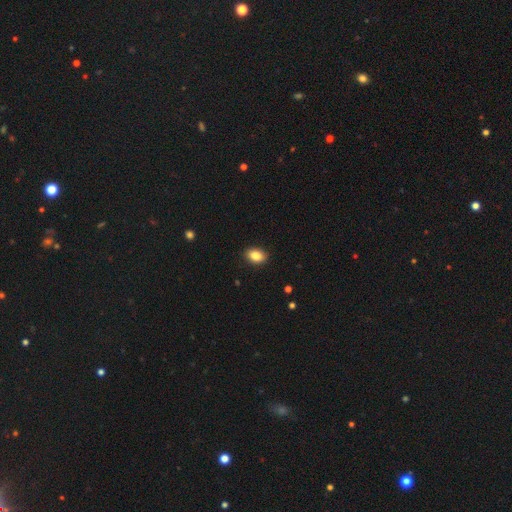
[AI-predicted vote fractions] This appears to be a smooth galaxy with no disk features (87%) that is in between round and cigar-shaped (80%). Merging: none (89%).